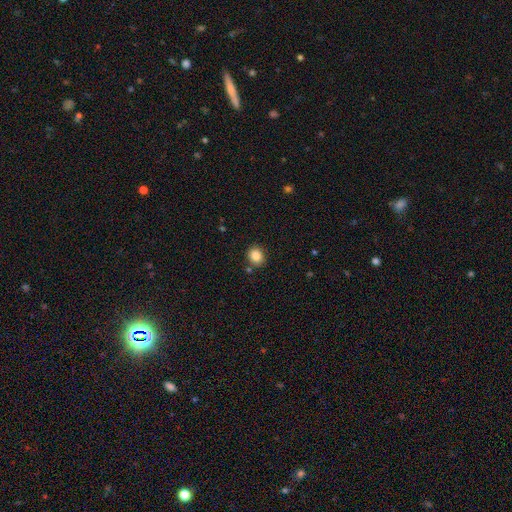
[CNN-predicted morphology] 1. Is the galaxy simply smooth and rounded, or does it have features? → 86% smooth, 10% star or artifact, 5% featured or disk.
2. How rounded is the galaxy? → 61% round, 39% in between, 1% cigar-shaped.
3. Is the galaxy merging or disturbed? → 84% none, 9% minor disturbance, 4% merger, 3% major disturbance.